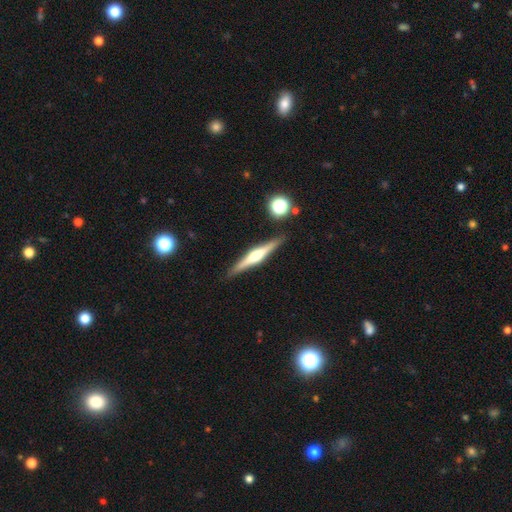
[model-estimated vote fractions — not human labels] Smooth or featured?
  - featured or disk: 71% *
  - smooth: 23%
  - star or artifact: 6%
Edge-on disk?
  - yes: 98% *
  - no: 2%
Edge-on bulge?
  - rounded: 81% *
  - boxy: 13%
  - none: 6%
Merging?
  - none: 89% *
  - minor disturbance: 7%
  - merger: 2%
  - major disturbance: 2%